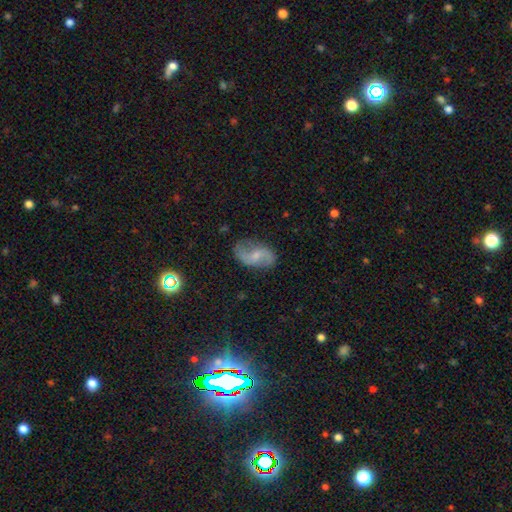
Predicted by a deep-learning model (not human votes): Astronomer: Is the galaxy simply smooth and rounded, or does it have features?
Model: featured or disk — 70%.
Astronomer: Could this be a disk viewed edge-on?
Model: no — 97%.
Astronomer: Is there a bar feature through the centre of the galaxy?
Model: weak — 45% (runner-up: no, 42%).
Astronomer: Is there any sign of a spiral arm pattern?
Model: yes — 91%.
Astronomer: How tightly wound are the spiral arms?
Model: loose — 65%.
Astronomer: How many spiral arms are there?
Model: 2 — 90%.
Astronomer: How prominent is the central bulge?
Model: small — 54% (runner-up: moderate, 34%).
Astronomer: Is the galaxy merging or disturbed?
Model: none — 73%.